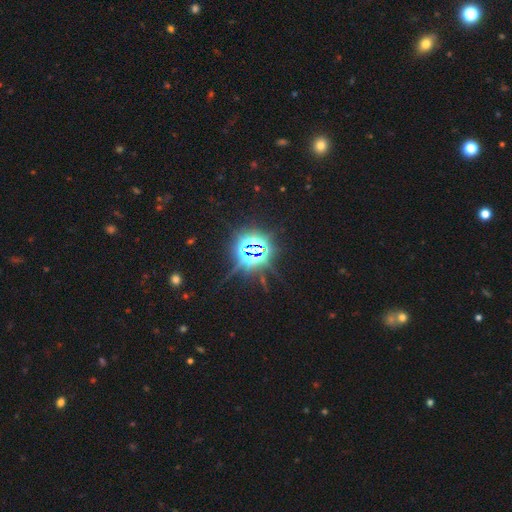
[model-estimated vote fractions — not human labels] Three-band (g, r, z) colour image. It shows a star or artifact, not a galaxy (84%).